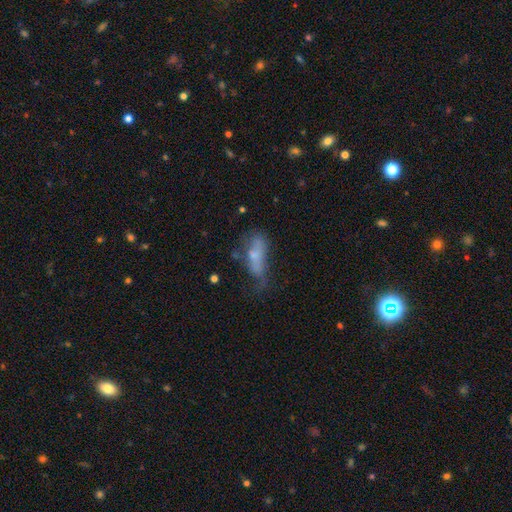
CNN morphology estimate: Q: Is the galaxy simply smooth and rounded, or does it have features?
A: smooth — 54%.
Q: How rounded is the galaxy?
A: in between — 70%.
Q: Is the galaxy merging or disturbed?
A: major disturbance — 35%.